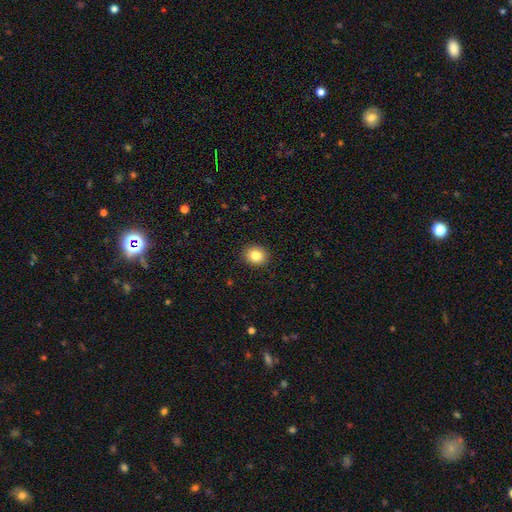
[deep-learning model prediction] Overall: smooth (84%). How rounded: round (70%). Merging: none (91%).